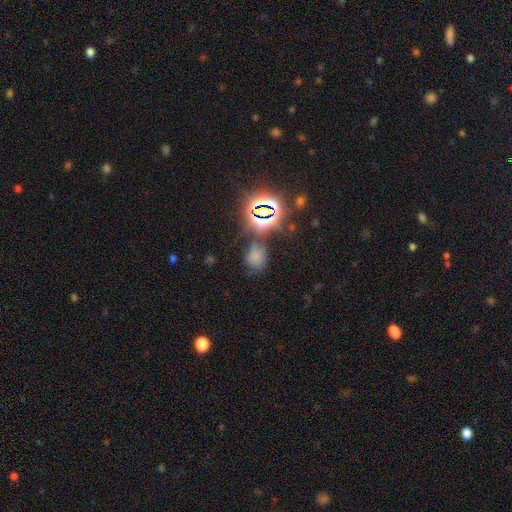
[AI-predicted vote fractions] The model was most divided on "how rounded" (2-way tie): round: 49%, in between: 49%, cigar-shaped: 2%. More confident: merging — none (54%); smooth or featured — smooth (53%).